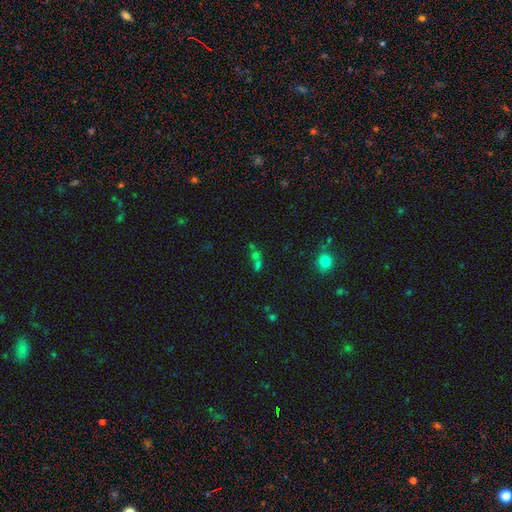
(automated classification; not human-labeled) Smooth or featured? smooth (48%)
Merging? merger (52%)